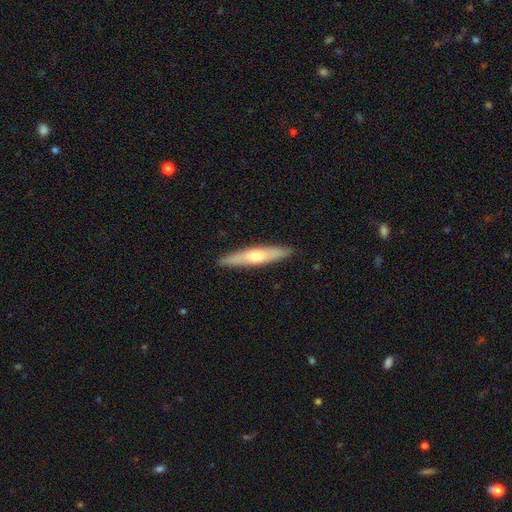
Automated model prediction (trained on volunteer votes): A featured or disk galaxy (54%) viewed edge-on (89%). Merging: none (91%).